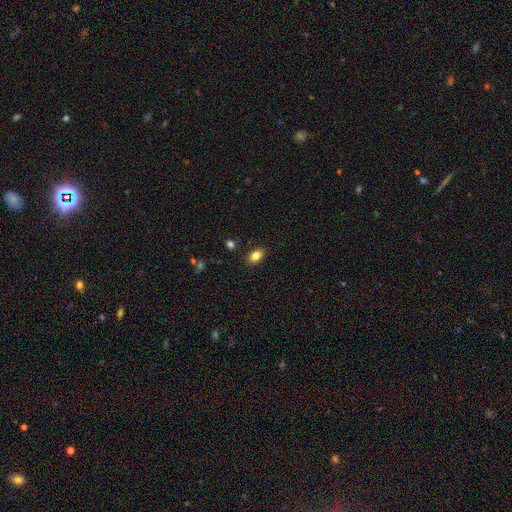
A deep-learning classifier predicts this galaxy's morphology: A smooth galaxy with no disk features (83%) that is in between round and cigar-shaped (87%).

Vote fractions:
- Smooth or featured? smooth: 83% / star or artifact: 9% / featured or disk: 8%
- How rounded? in between: 87% / round: 12% / cigar-shaped: 2%
- Merging? none: 87% / minor disturbance: 9% / major disturbance: 2% / merger: 2%